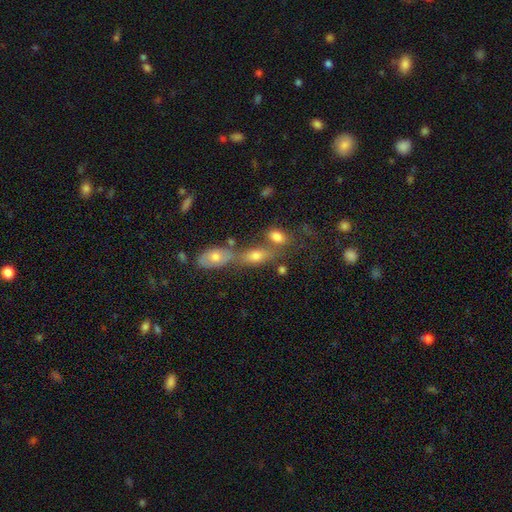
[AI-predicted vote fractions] This appears to be a smooth galaxy with no disk features (65%) that is in between round and cigar-shaped (77%). Merging: merger (46%).